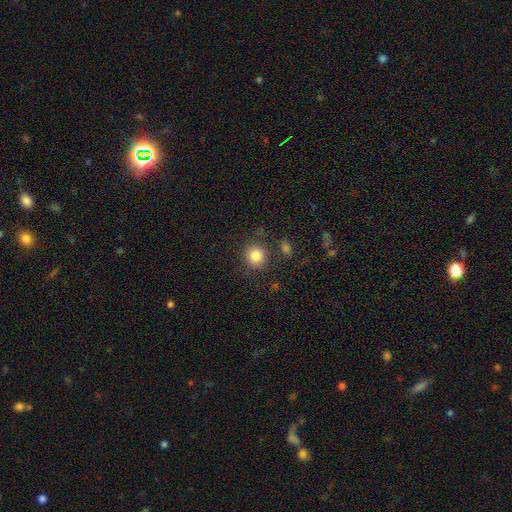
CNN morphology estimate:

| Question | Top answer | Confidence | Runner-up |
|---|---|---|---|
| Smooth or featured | smooth | 84% | star or artifact (10%) |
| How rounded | round | 88% | in between (11%) |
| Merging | none | 82% | minor disturbance (10%) |